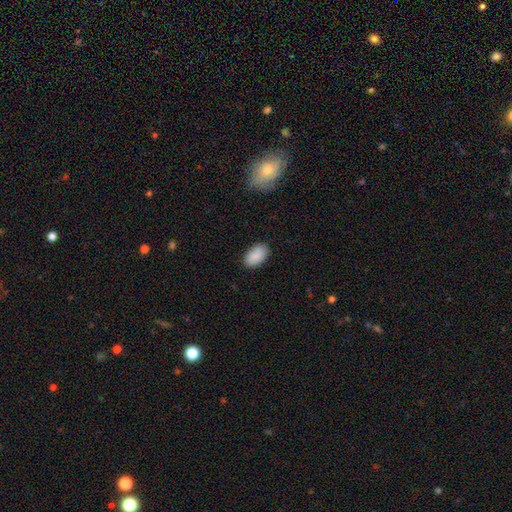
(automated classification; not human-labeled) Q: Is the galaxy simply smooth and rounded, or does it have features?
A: smooth — 89%.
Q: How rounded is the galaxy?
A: in between — 93%.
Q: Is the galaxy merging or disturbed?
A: none — 87%.